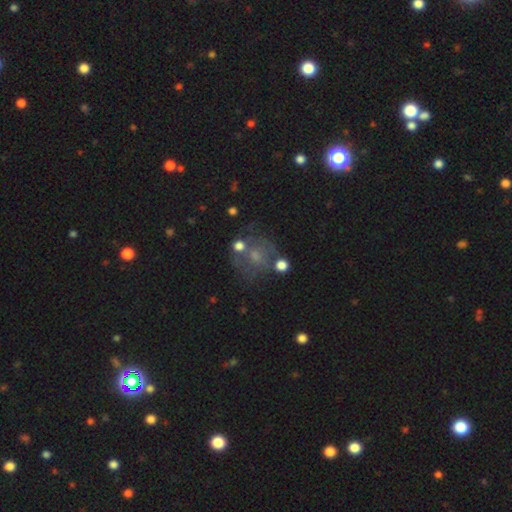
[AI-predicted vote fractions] Q: Smooth or featured?
A: smooth (46%); runner-up: featured or disk (34%)
Q: Merging?
A: none (51%); runner-up: minor disturbance (19%)